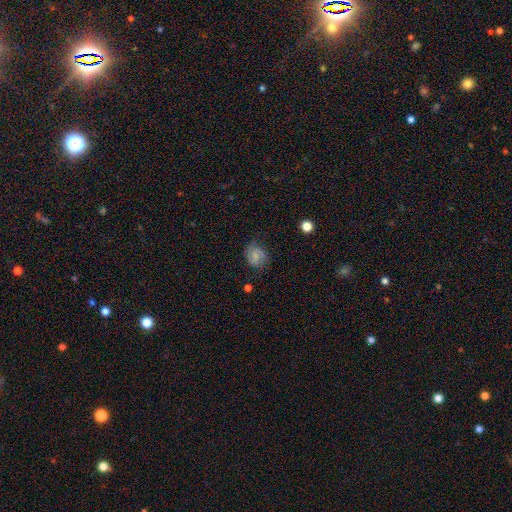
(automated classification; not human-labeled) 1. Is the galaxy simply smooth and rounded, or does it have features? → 52% featured or disk, 39% smooth, 10% star or artifact.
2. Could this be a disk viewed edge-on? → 98% no, 2% yes.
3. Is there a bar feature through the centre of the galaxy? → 49% weak, 39% no, 12% strong.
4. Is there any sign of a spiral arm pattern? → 89% yes, 11% no.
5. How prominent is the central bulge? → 46% small, 29% none, 21% moderate, 3% large, 1% dominant.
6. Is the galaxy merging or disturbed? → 72% none, 19% minor disturbance, 7% major disturbance, 2% merger.